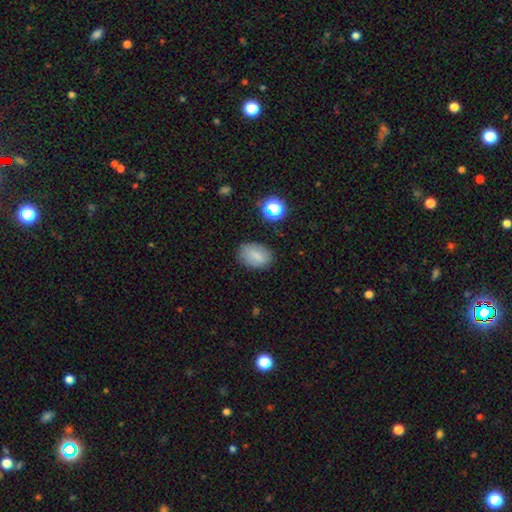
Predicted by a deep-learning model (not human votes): Smooth or featured: smooth — 79% (star or artifact — 11%)
How rounded: in between — 79% (round — 20%)
Merging: none — 79% (minor disturbance — 15%)